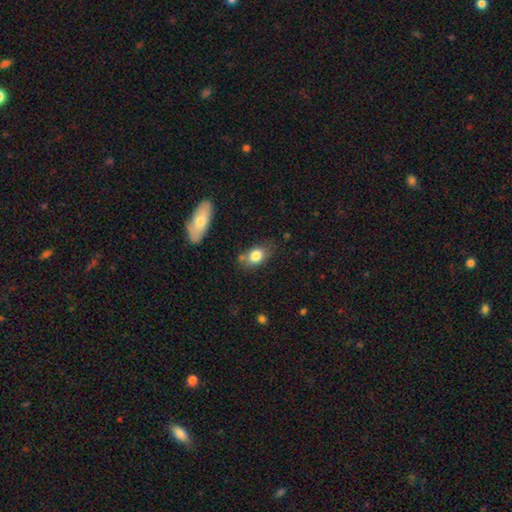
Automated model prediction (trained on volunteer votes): smooth 81%, featured or disk 12%, star or artifact 8%. Down the decision tree: how rounded — in between (79%); merging — none (64%).